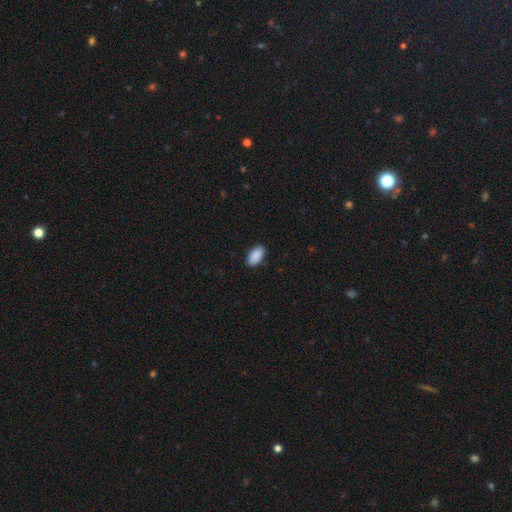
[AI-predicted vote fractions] A smooth galaxy with no disk features (91%) that is in between round and cigar-shaped (95%).

Vote fractions:
- Smooth or featured? smooth: 91% / star or artifact: 6% / featured or disk: 3%
- How rounded? in between: 95% / round: 3% / cigar-shaped: 2%
- Merging? none: 89% / minor disturbance: 8% / major disturbance: 2% / merger: 1%